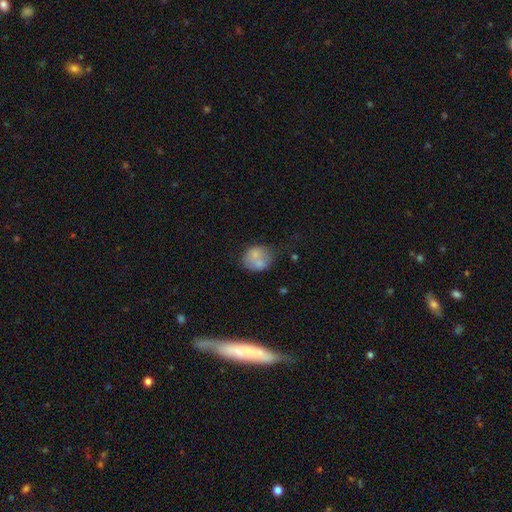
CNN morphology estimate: Smooth or featured?
  - smooth: 69% *
  - featured or disk: 23%
  - star or artifact: 9%
How rounded?
  - round: 61% *
  - in between: 38%
  - cigar-shaped: 1%
Merging?
  - none: 41% *
  - merger: 28%
  - minor disturbance: 21%
  - major disturbance: 10%